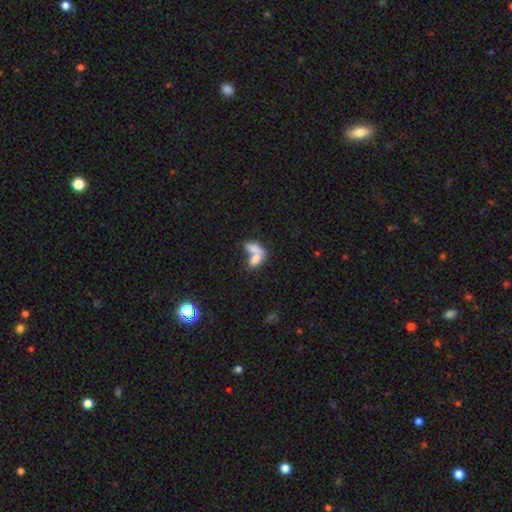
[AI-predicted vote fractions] The model was most divided on "merging": merger: 67%, none: 19%, minor disturbance: 7%, major disturbance: 7%. More confident: how rounded — in between (81%); smooth or featured — smooth (72%).